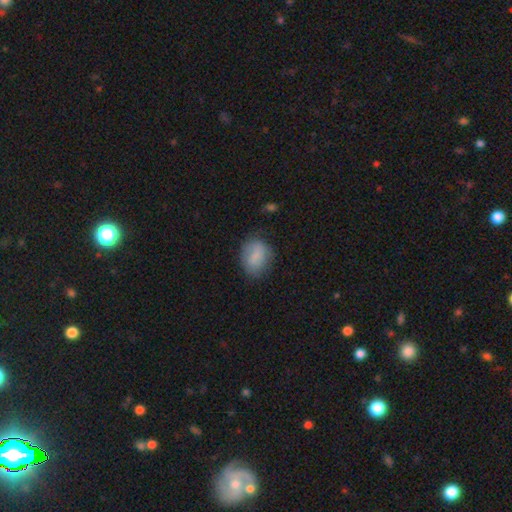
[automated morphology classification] Q: Smooth or featured?
A: smooth (79%); runner-up: featured or disk (13%)
Q: How rounded?
A: in between (62%); runner-up: round (36%)
Q: Merging?
A: none (69%); runner-up: minor disturbance (22%)